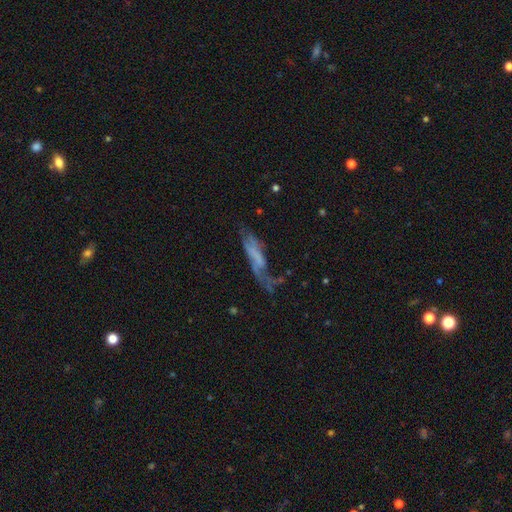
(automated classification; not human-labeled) smooth-or-featured: featured or disk: 52% | smooth: 37% | star or artifact: 11%
  disk-edge-on: no: 68% | yes: 32%
  merging: major disturbance: 39% | none: 30% | minor disturbance: 23% | merger: 7%